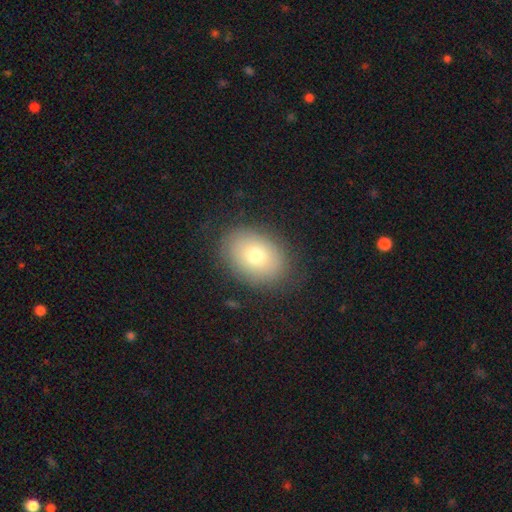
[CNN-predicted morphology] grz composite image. It shows a smooth galaxy with no disk features (73%) that is in between round and cigar-shaped (71%). Merging: none (85%).